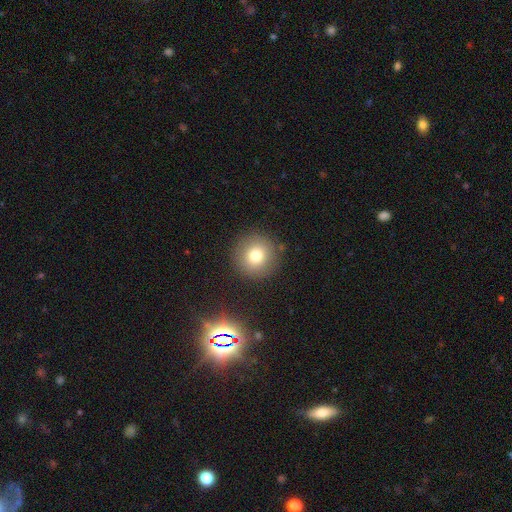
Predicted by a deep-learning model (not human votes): The model was most divided on "smooth or featured": smooth: 76%, star or artifact: 13%, featured or disk: 11%. More confident: how rounded — round (95%); merging — none (88%).